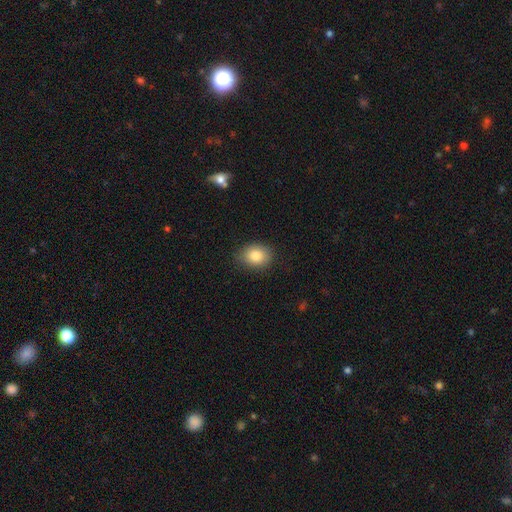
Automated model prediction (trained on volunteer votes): smooth_or_featured: smooth (p=0.83) [alt: star or artifact p=0.09]
how_rounded: in between (p=0.57) [alt: round p=0.42]
merging: none (p=0.85) [alt: minor disturbance p=0.12]